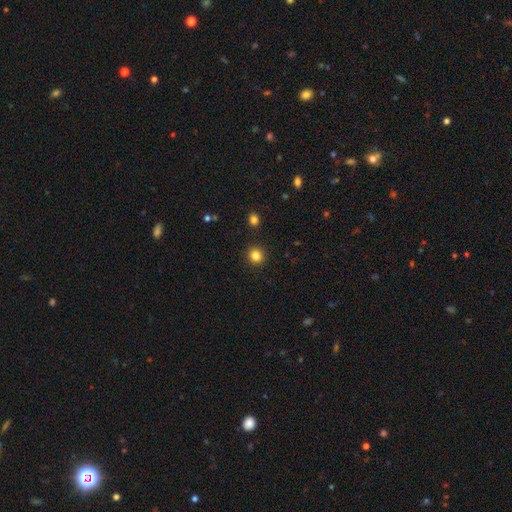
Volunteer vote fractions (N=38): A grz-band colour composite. It shows a smooth galaxy with no disk features (84%) that is round (88%). Merging: none (100%).